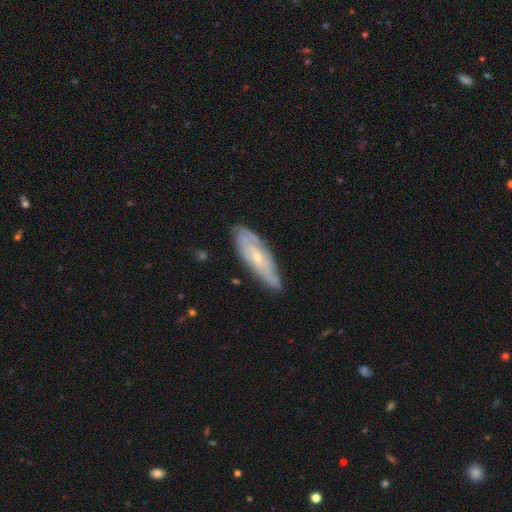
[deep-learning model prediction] Overall: featured or disk (58%; smooth 31%). Edge-on disk: no (66%; yes 34%). Merging: none (80%).